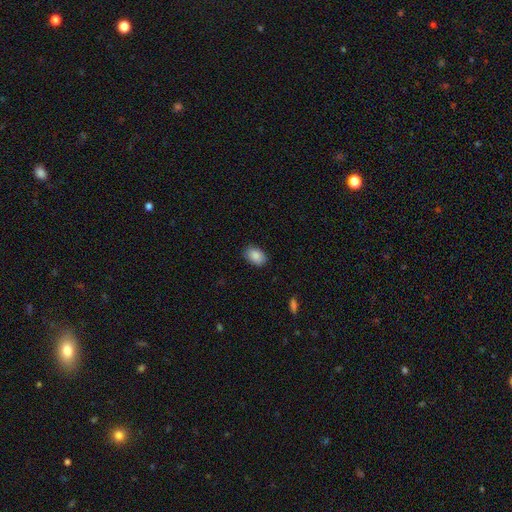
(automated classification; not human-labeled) Overall: smooth (88%). How rounded: in between (85%). Merging: none (86%).